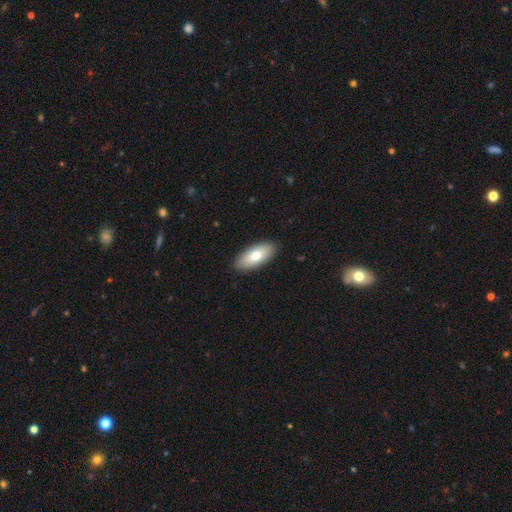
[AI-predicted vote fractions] smooth 76%, featured or disk 18%, star or artifact 6%. Down the decision tree: how rounded — in between (86%); merging — none (89%).